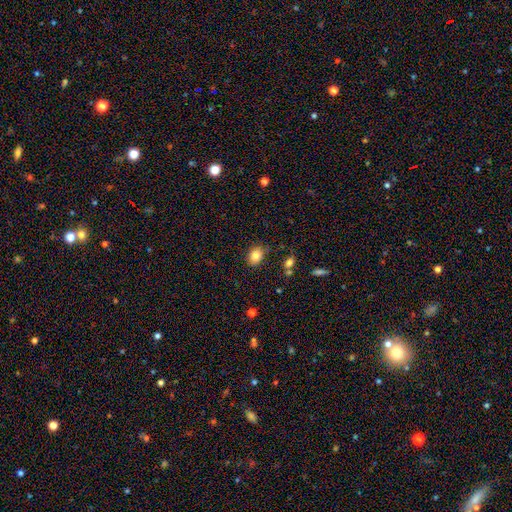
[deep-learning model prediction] Overall: smooth (83%). How rounded: in between (71%). Merging: none (82%).